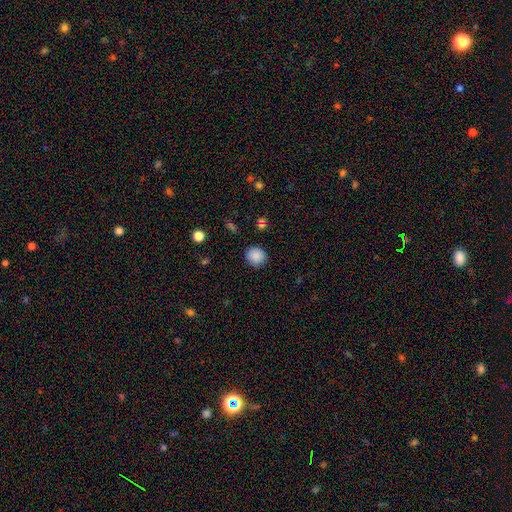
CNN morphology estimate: smooth-or-featured: smooth: 87% | star or artifact: 9% | featured or disk: 4%
  how-rounded: round: 90% | in between: 9% | cigar-shaped: 1%
  merging: none: 88% | minor disturbance: 8% | major disturbance: 2% | merger: 1%